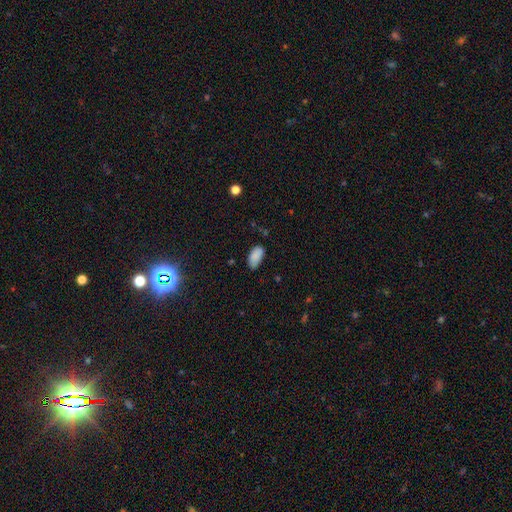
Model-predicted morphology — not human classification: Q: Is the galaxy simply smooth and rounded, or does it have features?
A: smooth — 86%.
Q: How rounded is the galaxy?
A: in between — 94%.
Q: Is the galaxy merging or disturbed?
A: none — 69%.